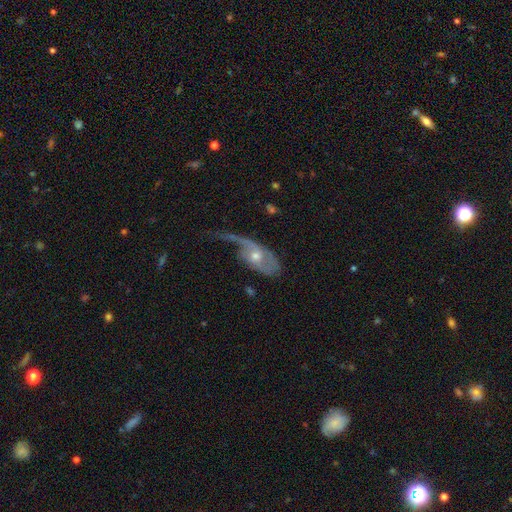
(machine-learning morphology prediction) featured or disk 74%, smooth 20%, star or artifact 6%. Down the decision tree: edge-on disk — no (92%); bar — no (69%); spiral arms — yes (81%); spiral arm count — 1 (51%); spiral winding — loose (60%); bulge size — moderate (55%); merging — major disturbance (48%).